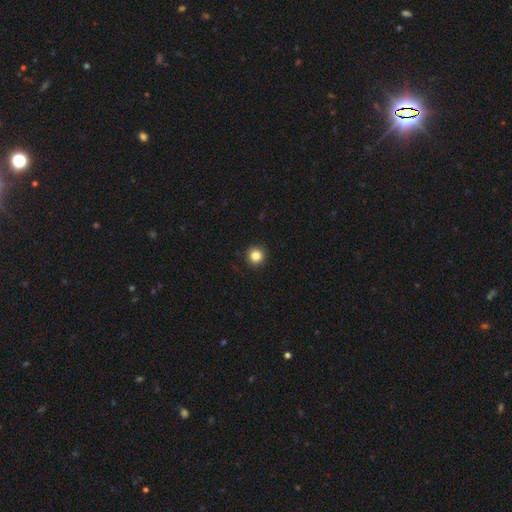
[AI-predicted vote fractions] smooth 84%, star or artifact 11%, featured or disk 5%. Down the decision tree: how rounded — round (96%); merging — none (93%).